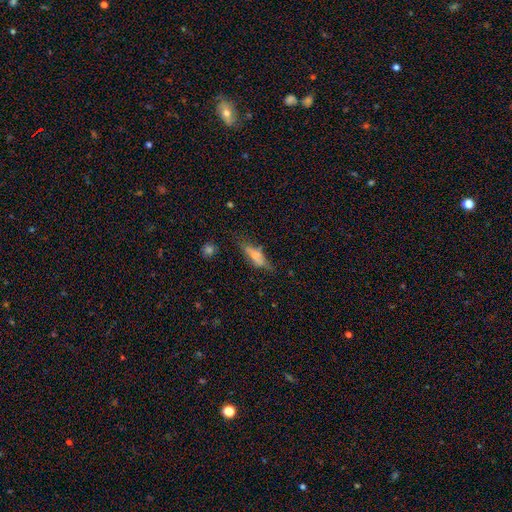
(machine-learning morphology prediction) Q: Smooth or featured?
A: smooth (51%); runner-up: featured or disk (39%)
Q: How rounded?
A: cigar-shaped (50%); runner-up: in between (47%)
Q: Merging?
A: none (60%); runner-up: minor disturbance (24%)